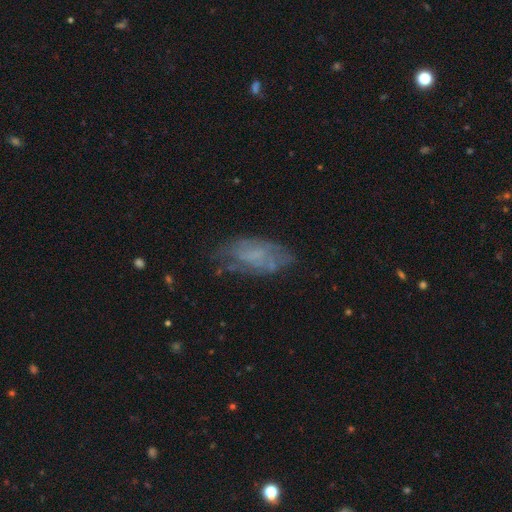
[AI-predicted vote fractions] Smooth or featured? Predicted: featured or disk (p=0.48). Merging? Predicted: none (p=0.62).